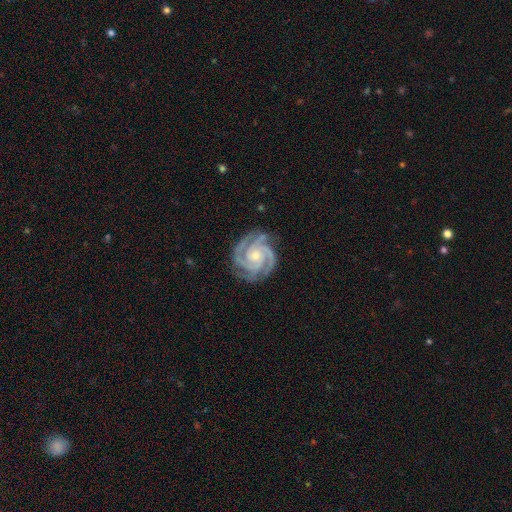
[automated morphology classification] smooth-or-featured: featured or disk: 95% | star or artifact: 3% | smooth: 2%
  disk-edge-on: no: 99% | yes: 1%
    bar: no: 73% | weak: 20% | strong: 7%
    has-spiral-arms: yes: 99% | no: 1%
      spiral-winding: tight: 75% | medium: 23% | loose: 2%
      spiral-arm-count: 3: 64% | 4: 14% | 2: 10% | can't tell: 4% | more than 4: 4% | 1: 4%
    bulge-size: small: 63% | moderate: 32% | none: 2% | large: 1% | dominant: 1%
  merging: none: 81% | minor disturbance: 14% | major disturbance: 3% | merger: 1%